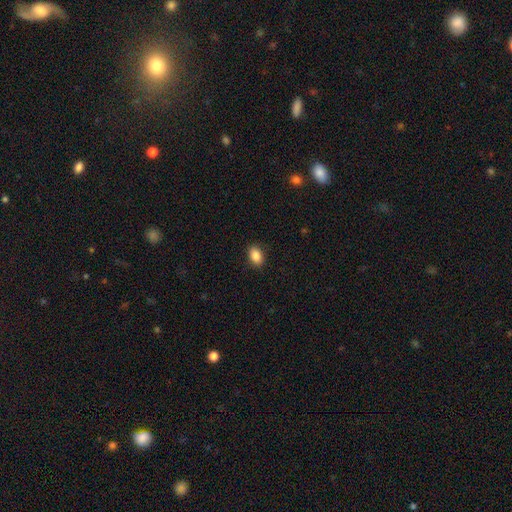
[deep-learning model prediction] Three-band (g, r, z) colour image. It shows a smooth galaxy with no disk features (87%) that is in between round and cigar-shaped (85%). Merging: none (89%).